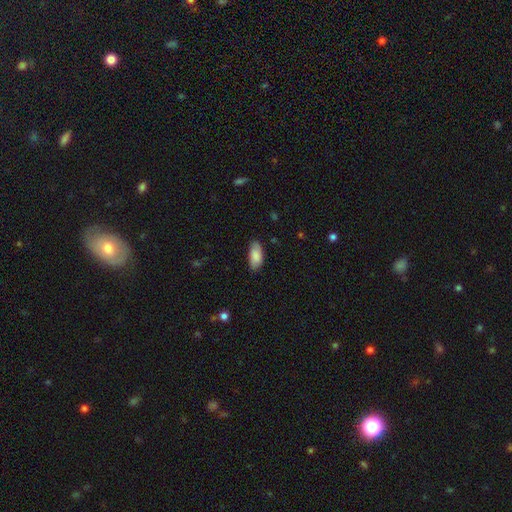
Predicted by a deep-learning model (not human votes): Smooth or featured: smooth — 86% (featured or disk — 8%)
How rounded: in between — 92% (cigar-shaped — 6%)
Merging: none — 80% (minor disturbance — 16%)